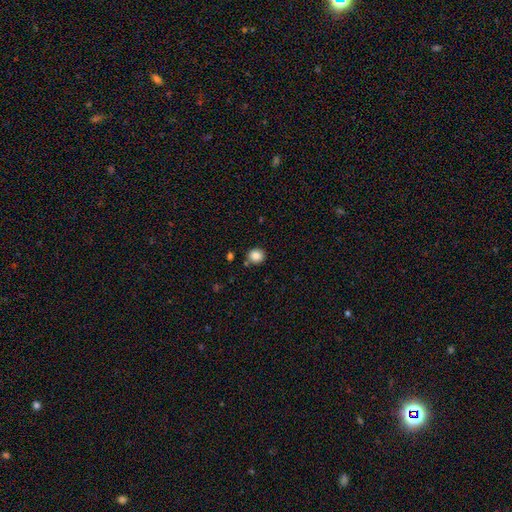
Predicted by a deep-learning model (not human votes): Smooth or featured: smooth — 85% (star or artifact — 10%)
How rounded: round — 84% (in between — 15%)
Merging: none — 82% (minor disturbance — 10%)